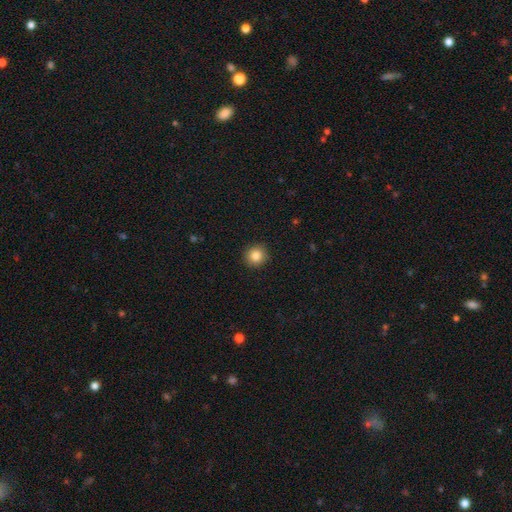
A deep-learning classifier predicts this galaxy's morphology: smooth_or_featured: smooth (p=0.85) [alt: star or artifact p=0.10]
how_rounded: round (p=0.93) [alt: in between p=0.06]
merging: none (p=0.92) [alt: minor disturbance p=0.05]